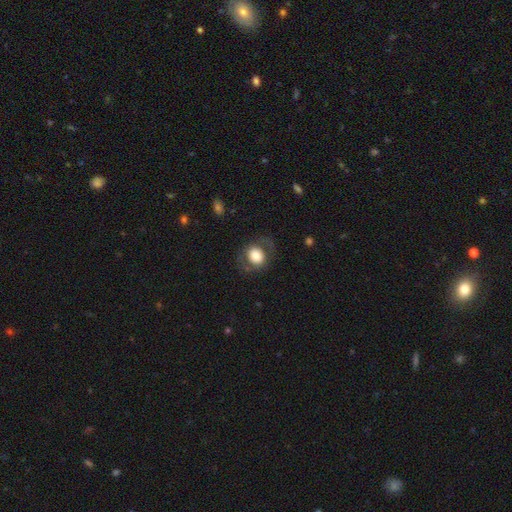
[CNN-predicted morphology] A smooth galaxy with no disk features (69%) that is round (65%). Merging: none (73%).